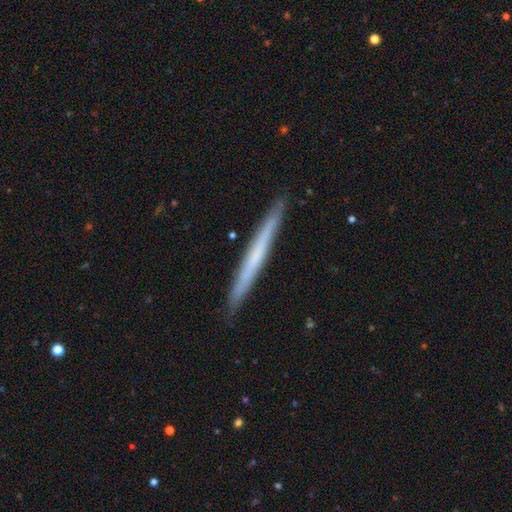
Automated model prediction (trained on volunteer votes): Morphology: type=featured or disk (49%); merging=none (91%).